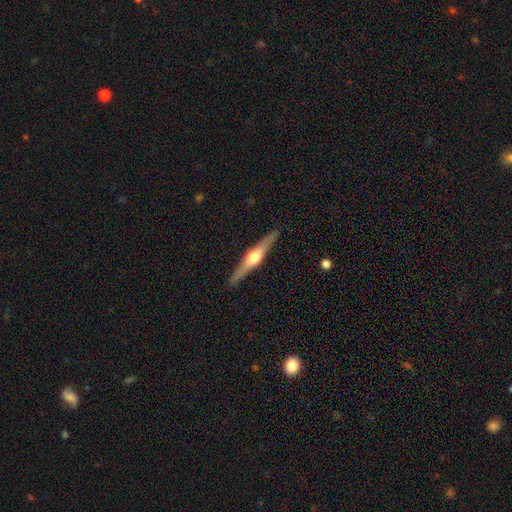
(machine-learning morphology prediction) featured or disk 77%, smooth 18%, star or artifact 5%. Down the decision tree: edge-on disk — yes (98%); edge-on bulge — rounded (92%); merging — none (91%).